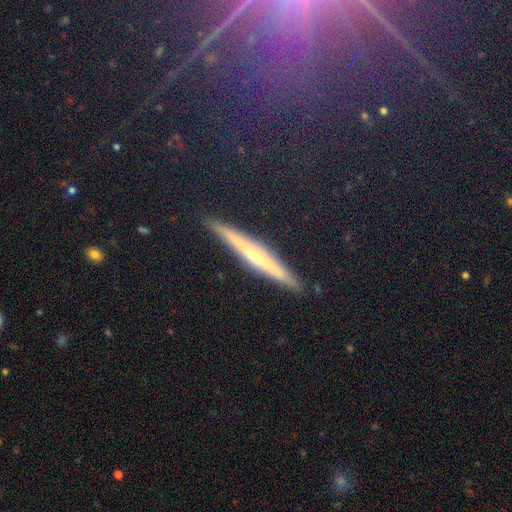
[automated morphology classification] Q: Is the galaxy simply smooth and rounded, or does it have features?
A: featured or disk — 66%.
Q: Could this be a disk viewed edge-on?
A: yes — 96%.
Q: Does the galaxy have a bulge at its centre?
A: rounded — 57%.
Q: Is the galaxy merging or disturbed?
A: none — 90%.